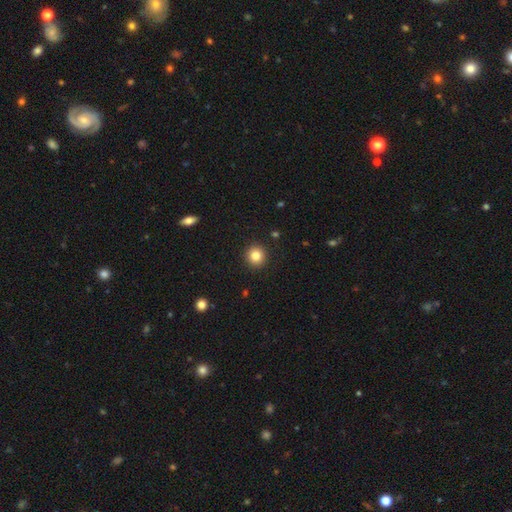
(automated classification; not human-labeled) Q: Smooth or featured?
A: smooth (83%); runner-up: star or artifact (11%)
Q: How rounded?
A: round (93%); runner-up: in between (6%)
Q: Merging?
A: none (93%); runner-up: minor disturbance (5%)